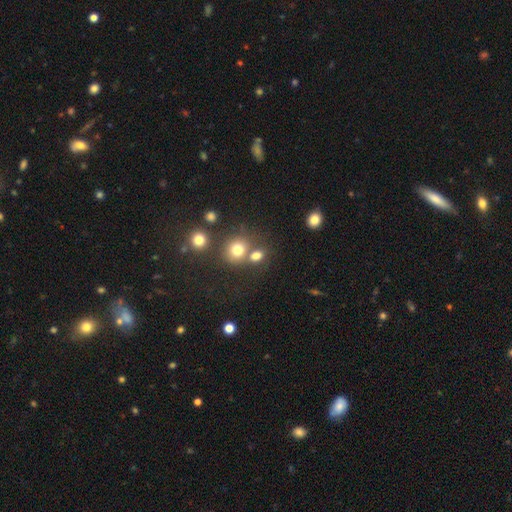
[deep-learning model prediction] This is likely a smooth galaxy (66%). How rounded: likely round (80%). Merging: possibly none (54%).